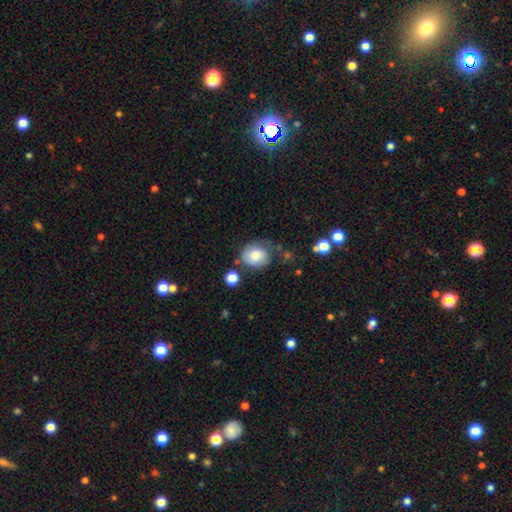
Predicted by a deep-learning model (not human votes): This appears to be a smooth galaxy with no disk features (75%) that is round (62%). Merging: none (54%).